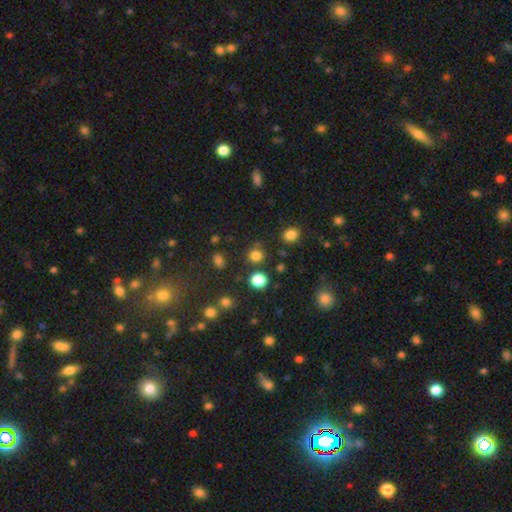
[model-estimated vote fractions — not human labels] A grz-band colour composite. It shows a smooth galaxy with no disk features (78%) that is round (87%). Merging: none (79%).